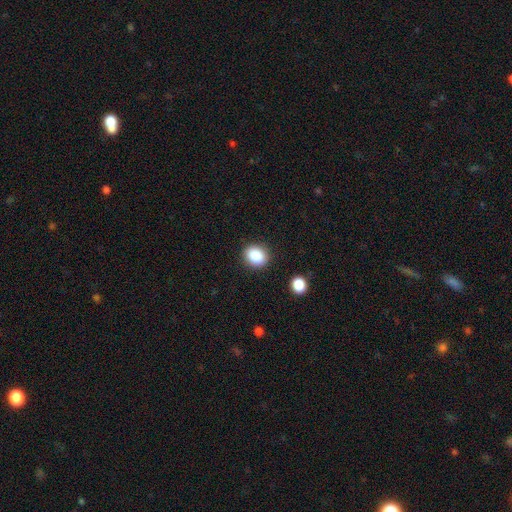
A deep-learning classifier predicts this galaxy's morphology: smooth 87%, star or artifact 9%, featured or disk 4%. Down the decision tree: how rounded — round (63%); merging — none (88%).